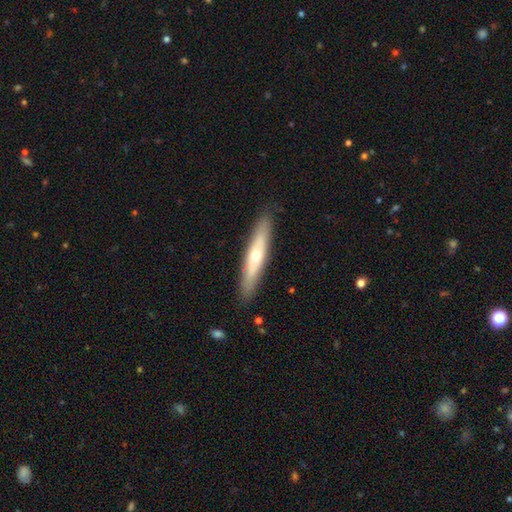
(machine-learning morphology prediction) smooth_or_featured: featured or disk (p=0.51) [alt: smooth p=0.44]
disk_edge_on: yes (p=0.78) [alt: no p=0.22]
merging: none (p=0.88) [alt: minor disturbance p=0.09]